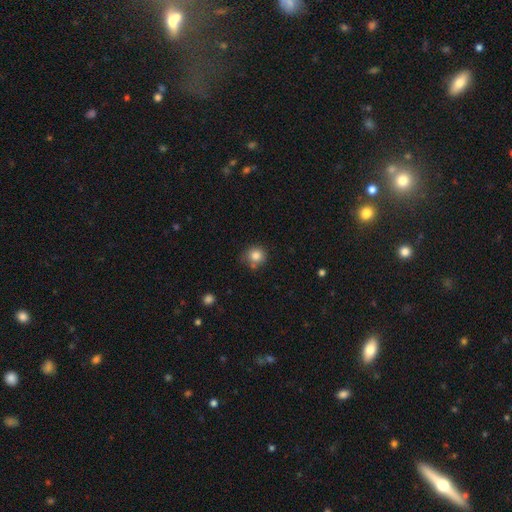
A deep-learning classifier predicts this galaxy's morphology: Smooth or featured: smooth — 83% (star or artifact — 11%)
How rounded: round — 90% (in between — 9%)
Merging: none — 70% (minor disturbance — 18%)